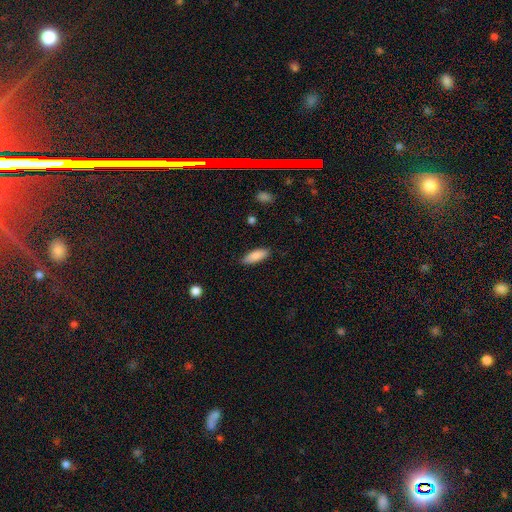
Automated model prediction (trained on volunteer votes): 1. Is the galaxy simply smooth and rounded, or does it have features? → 87% smooth, 7% featured or disk, 6% star or artifact.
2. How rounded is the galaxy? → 65% in between, 33% cigar-shaped, 2% round.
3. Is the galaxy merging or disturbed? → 86% none, 10% minor disturbance, 2% major disturbance, 1% merger.